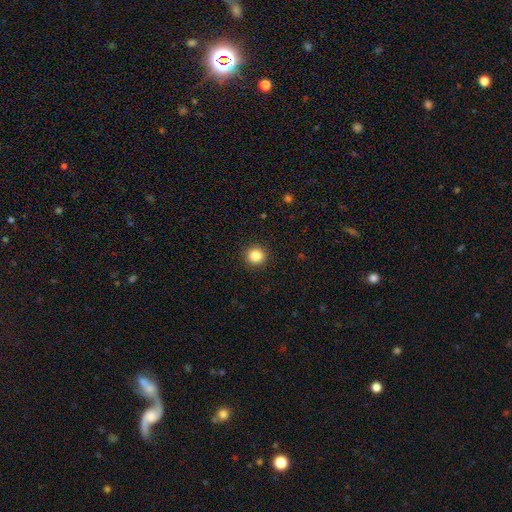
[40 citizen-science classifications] Smooth or featured? 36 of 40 (90%) said smooth. How rounded? 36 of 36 (100%) said round. Merging? 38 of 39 (97%) said none.